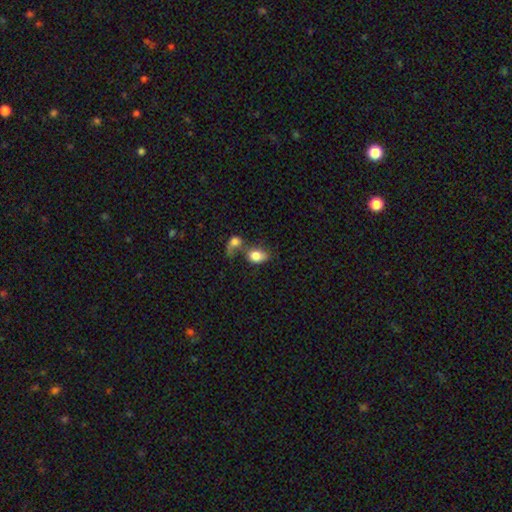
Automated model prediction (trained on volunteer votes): Smooth or featured? smooth (80%)
How rounded? in between (76%)
Merging? merger (53%)